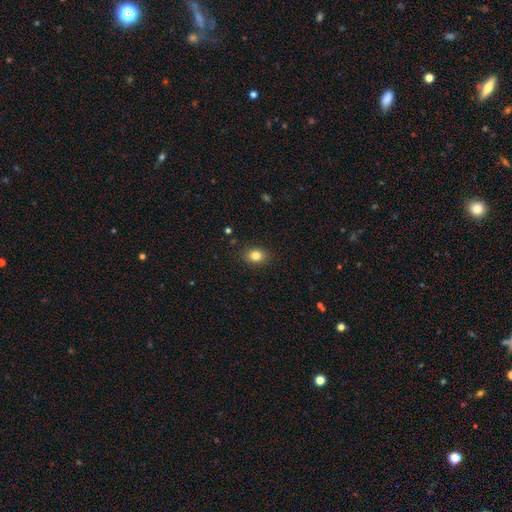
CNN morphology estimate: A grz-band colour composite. It shows a smooth galaxy with no disk features (83%) that is in between round and cigar-shaped (57%). Merging: none (87%).